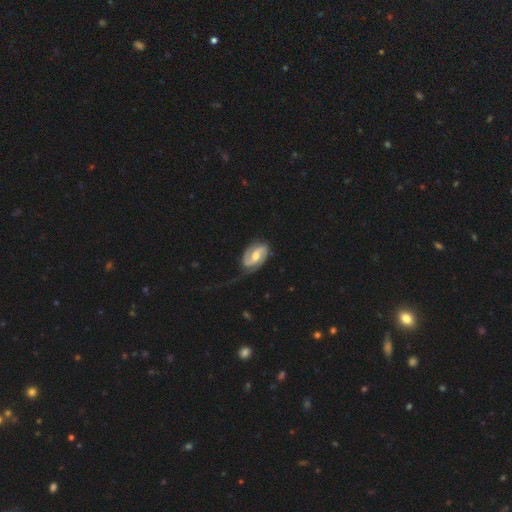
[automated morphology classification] A featured or disk galaxy (86%) with a weak bar (48%), 2 (90%) medium (46%) spiral arms (97%) and a moderate central bulge (64%).

Vote fractions:
- Smooth or featured? featured or disk: 86% / smooth: 10% / star or artifact: 4%
- Edge-on disk? no: 97% / yes: 3%
- Bar? weak: 48% / no: 29% / strong: 24%
- Spiral arms? yes: 97% / no: 3%
- Spiral winding? medium: 46% / tight: 34% / loose: 20%
- Spiral arm count? 2: 90% / can't tell: 4% / 1: 3% / 3: 1% / 4: 1% / more than 4: 1%
- Bulge size? moderate: 64% / small: 22% / large: 9% / none: 3% / dominant: 1%
- Merging? none: 66% / minor disturbance: 22% / major disturbance: 10% / merger: 2%